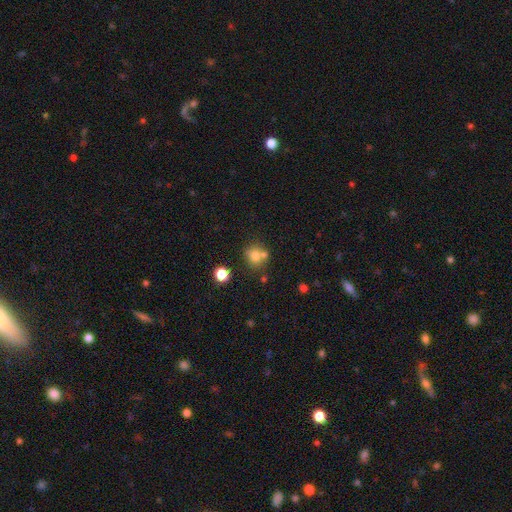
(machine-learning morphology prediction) smooth 73%, star or artifact 14%, featured or disk 13%. Down the decision tree: how rounded — round (79%); merging — none (55%).